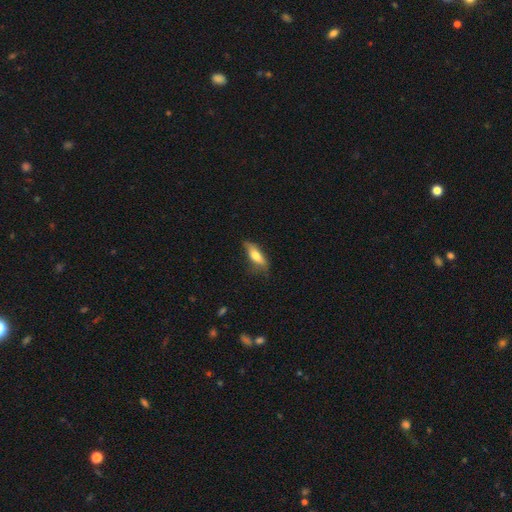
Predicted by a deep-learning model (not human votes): A smooth galaxy with no disk features (71%) that is in between round and cigar-shaped (61%). Merging: none (62%).